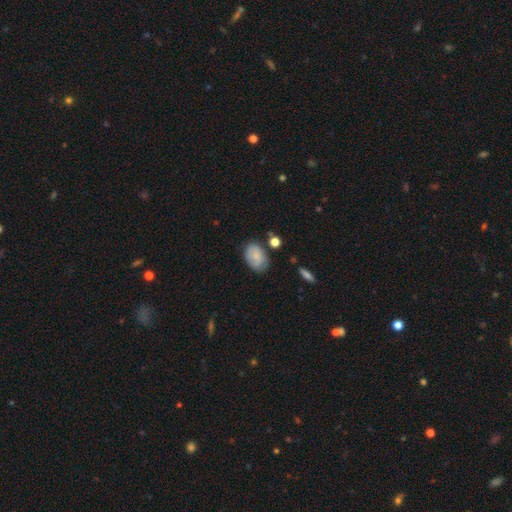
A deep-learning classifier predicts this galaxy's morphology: type=smooth (77%); roundness=in between (83%); merging=none (70%).